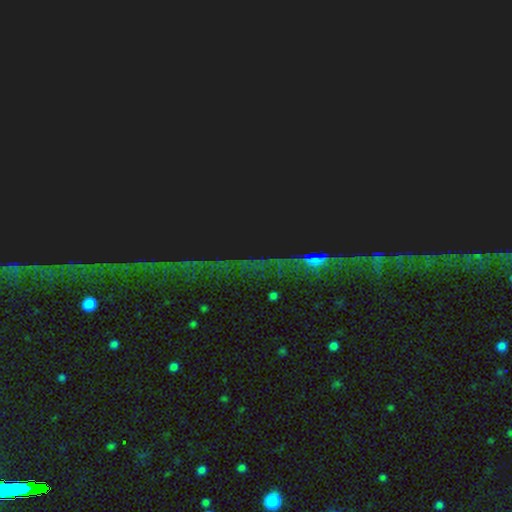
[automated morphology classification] This is clearly a star or artifact rather than a galaxy (82%).